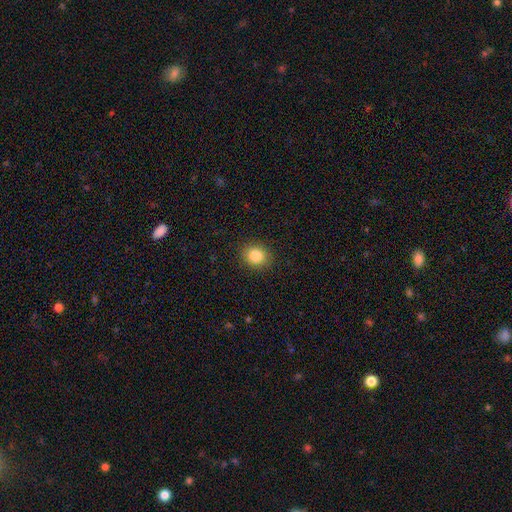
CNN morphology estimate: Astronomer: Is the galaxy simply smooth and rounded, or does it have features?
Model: smooth — 85%.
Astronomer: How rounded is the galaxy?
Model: round — 74%.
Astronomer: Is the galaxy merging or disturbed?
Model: none — 90%.